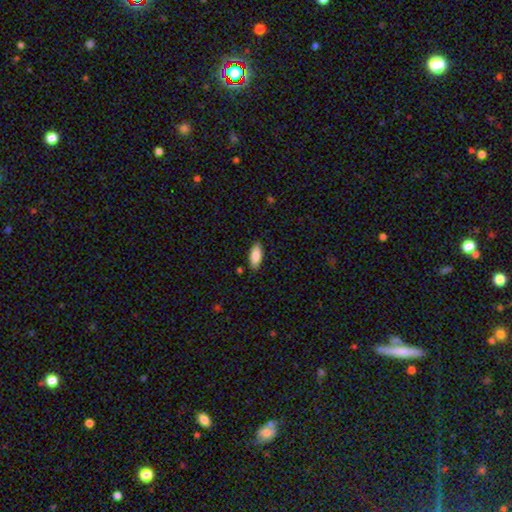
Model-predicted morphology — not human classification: The model was most divided on "how rounded": in between: 83%, cigar-shaped: 15%, round: 2%. More confident: smooth or featured — smooth (87%); merging — none (87%).